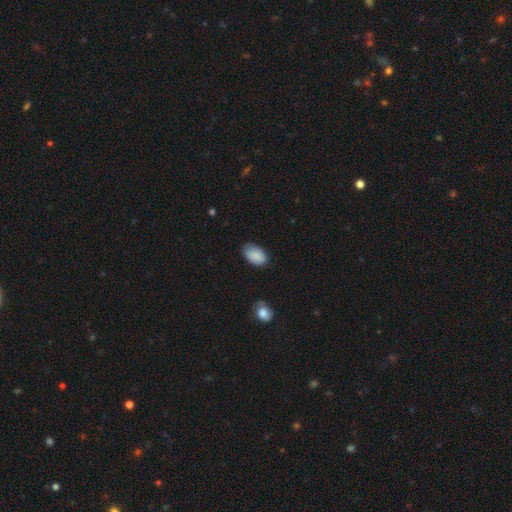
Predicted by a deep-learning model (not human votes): Smooth or featured? Predicted: smooth (p=0.89). How rounded? Predicted: in between (p=0.93). Merging? Predicted: none (p=0.77).